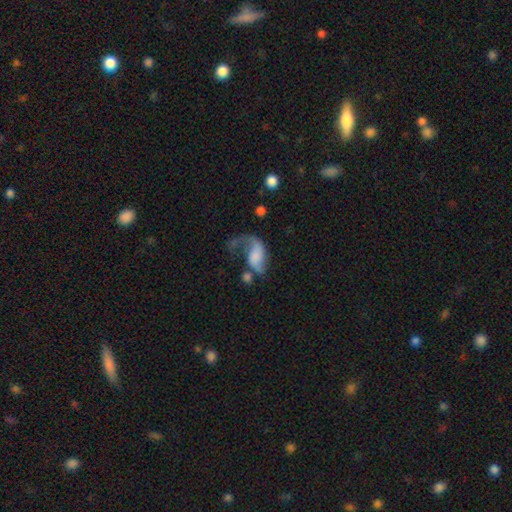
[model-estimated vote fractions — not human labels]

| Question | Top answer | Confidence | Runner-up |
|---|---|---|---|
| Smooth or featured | featured or disk | 59% | smooth (32%) |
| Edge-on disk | no | 96% | yes (4%) |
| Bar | no | 62% | weak (29%) |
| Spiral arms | yes | 82% | no (18%) |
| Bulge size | none | 40% | small (26%) |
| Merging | major disturbance | 45% | none (24%) |